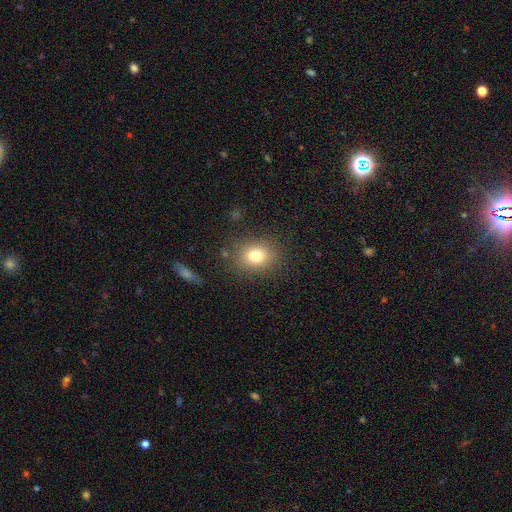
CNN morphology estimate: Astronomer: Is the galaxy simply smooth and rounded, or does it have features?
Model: smooth — 77%.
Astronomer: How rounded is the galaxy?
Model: round — 60% (runner-up: in between, 40%).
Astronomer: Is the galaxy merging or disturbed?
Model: none — 84%.